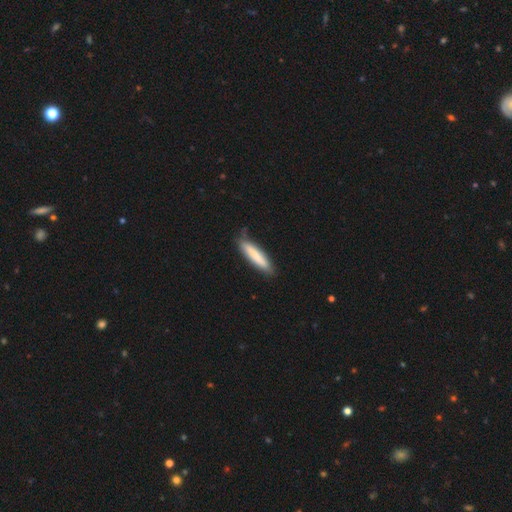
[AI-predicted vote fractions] This is likely a smooth galaxy (78%). How rounded: clearly cigar-shaped (86%). Merging: clearly none (81%).